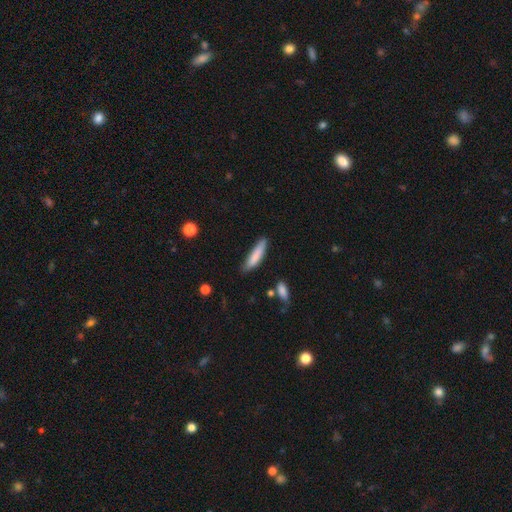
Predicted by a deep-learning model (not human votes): smooth-or-featured: smooth: 82% | featured or disk: 12% | star or artifact: 6%
  how-rounded: cigar-shaped: 81% | in between: 18% | round: 1%
  merging: none: 76% | minor disturbance: 18% | major disturbance: 3% | merger: 3%